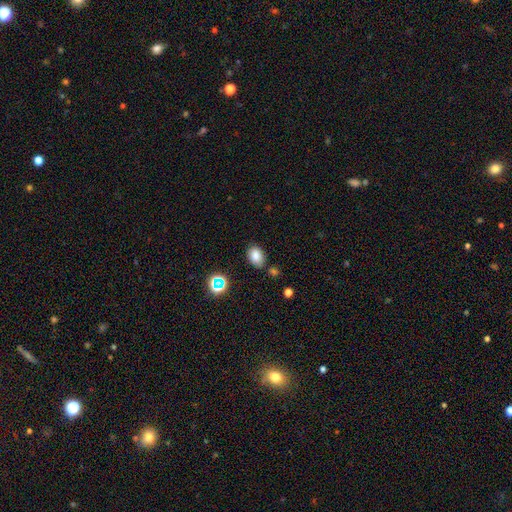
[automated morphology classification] Overall: smooth (80%). How rounded: in between (77%). Merging: none (76%).